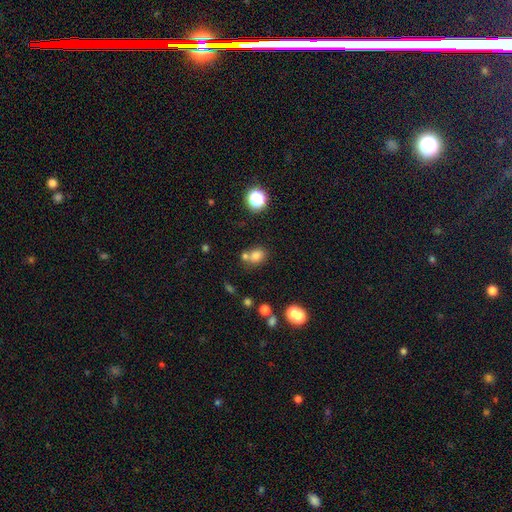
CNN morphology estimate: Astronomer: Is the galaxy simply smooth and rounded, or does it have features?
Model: smooth — 76%.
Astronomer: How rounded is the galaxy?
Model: round — 51% (runner-up: in between, 48%).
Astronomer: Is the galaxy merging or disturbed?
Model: none — 52% (runner-up: merger, 32%).